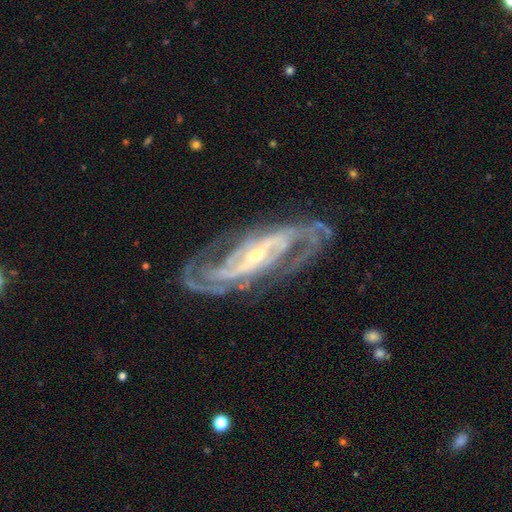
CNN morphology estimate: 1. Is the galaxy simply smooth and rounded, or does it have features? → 92% featured or disk, 5% star or artifact, 3% smooth.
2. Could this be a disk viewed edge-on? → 93% no, 7% yes.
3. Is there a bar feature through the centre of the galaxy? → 51% strong, 29% weak, 19% no.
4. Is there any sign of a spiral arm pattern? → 98% yes, 2% no.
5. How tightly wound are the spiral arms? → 47% tight, 42% medium, 11% loose.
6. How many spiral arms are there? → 43% 2, 19% 3, 13% can't tell, 13% 4, 7% more than 4, 6% 1.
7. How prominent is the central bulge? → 72% small, 25% moderate, 2% large, 1% none, 1% dominant.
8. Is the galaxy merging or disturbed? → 77% none, 15% minor disturbance, 7% major disturbance, 2% merger.